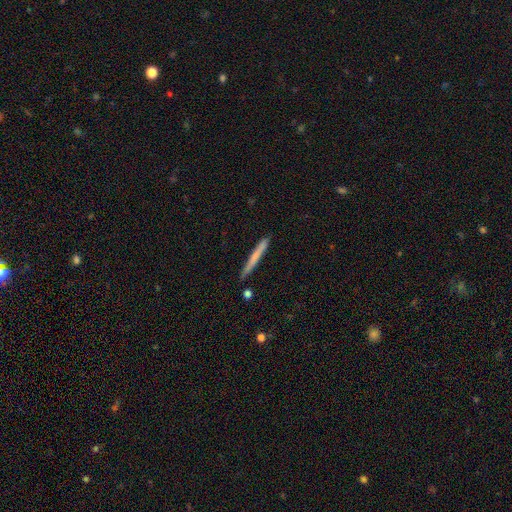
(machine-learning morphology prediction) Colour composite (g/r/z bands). It shows a smooth galaxy with no disk features (62%) that is cigar-shaped (97%). Merging: none (88%).